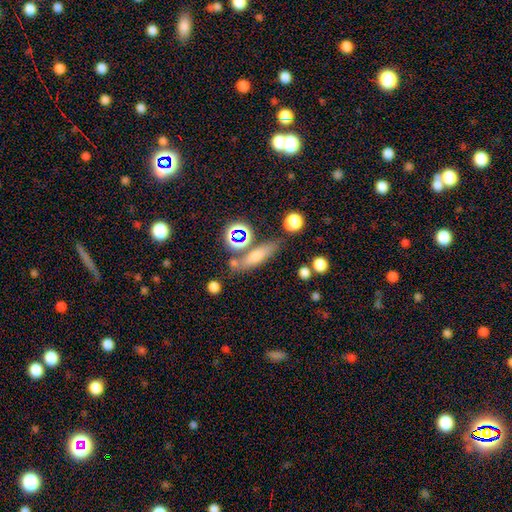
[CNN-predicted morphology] Smooth or featured?
  - smooth: 58% *
  - featured or disk: 25%
  - star or artifact: 17%
How rounded?
  - cigar-shaped: 59% *
  - in between: 32%
  - round: 9%
Merging?
  - none: 70% *
  - minor disturbance: 13%
  - merger: 12%
  - major disturbance: 5%